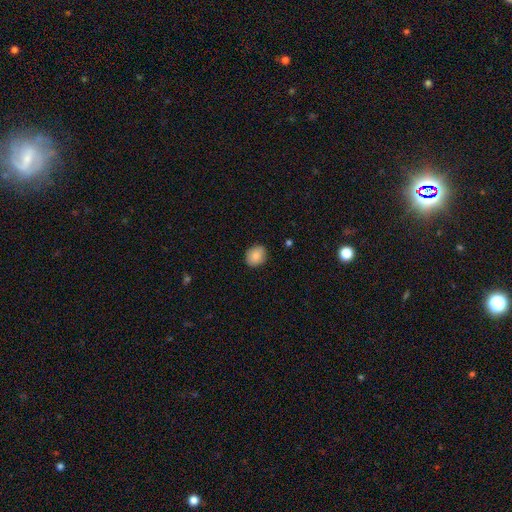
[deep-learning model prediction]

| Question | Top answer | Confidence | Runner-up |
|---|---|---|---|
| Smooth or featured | smooth | 86% | star or artifact (8%) |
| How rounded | round | 59% | in between (40%) |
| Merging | none | 87% | minor disturbance (9%) |